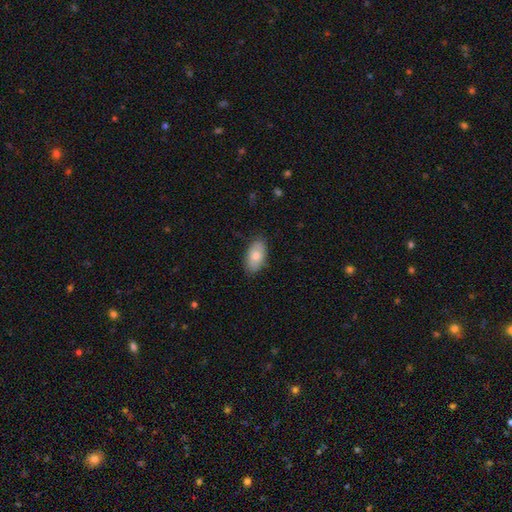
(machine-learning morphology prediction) Smooth or featured?
  - smooth: 77% *
  - featured or disk: 17%
  - star or artifact: 7%
How rounded?
  - in between: 94% *
  - round: 4%
  - cigar-shaped: 2%
Merging?
  - none: 84% *
  - minor disturbance: 13%
  - major disturbance: 2%
  - merger: 1%